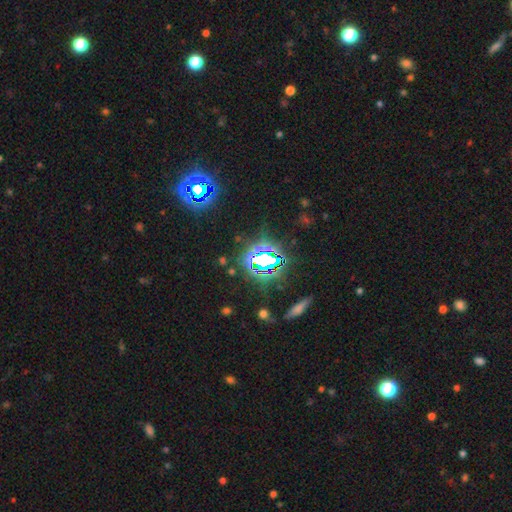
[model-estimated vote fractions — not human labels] This appears to be a star or artifact, not a galaxy (78%).